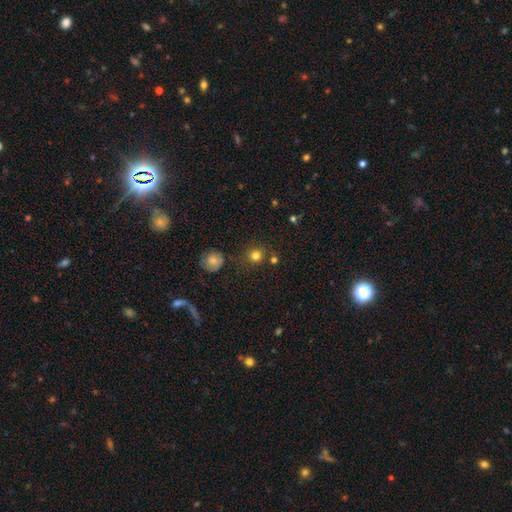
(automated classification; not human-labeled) This appears to be a smooth galaxy with no disk features (78%) that is round (92%). Merging: none (80%).